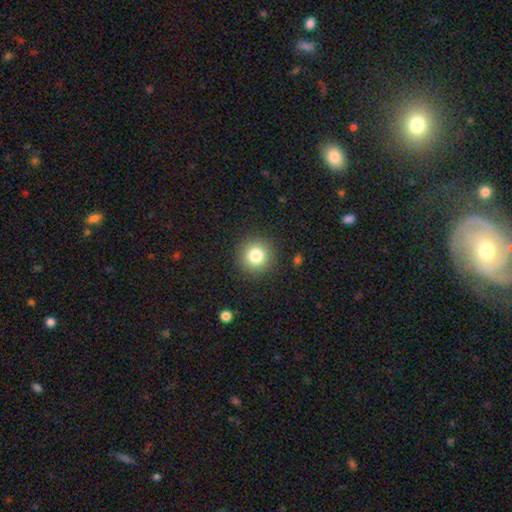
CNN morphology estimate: Q: Smooth or featured?
A: smooth (81%); runner-up: star or artifact (11%)
Q: How rounded?
A: round (94%); runner-up: in between (5%)
Q: Merging?
A: none (91%); runner-up: minor disturbance (6%)